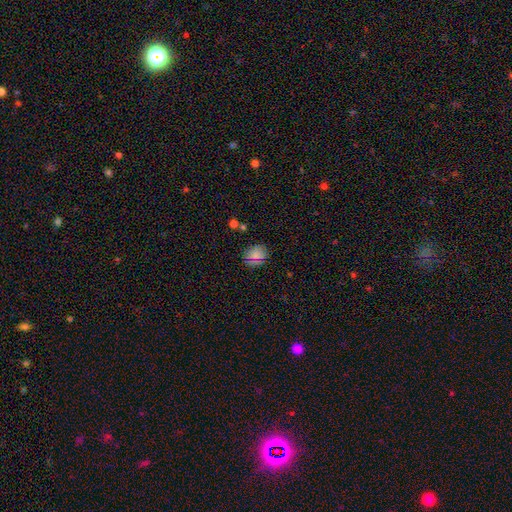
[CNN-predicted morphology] smooth_or_featured: smooth (p=0.76) [alt: star or artifact p=0.17]
how_rounded: round (p=0.62) [alt: in between p=0.37]
merging: none (p=0.84) [alt: minor disturbance p=0.10]